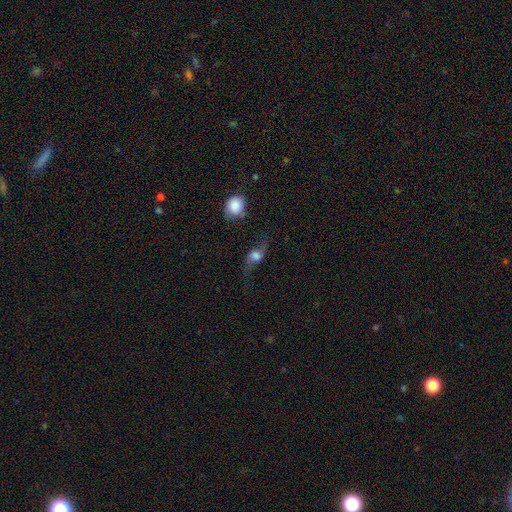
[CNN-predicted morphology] The model was most divided on "smooth or featured": featured or disk: 50%, smooth: 38%, star or artifact: 12%. More confident: edge-on disk — no (73%); merging — none (58%).